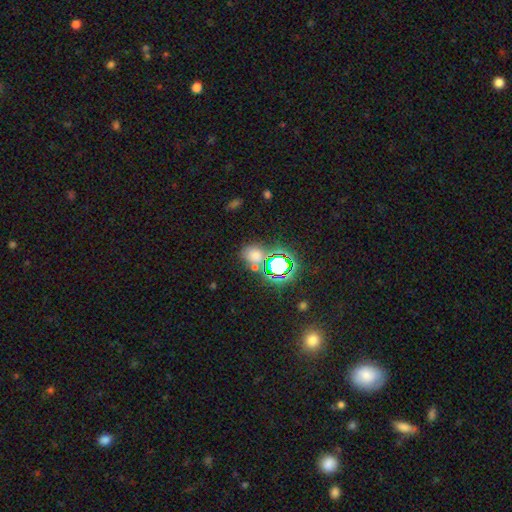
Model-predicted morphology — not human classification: smooth-or-featured: smooth: 58% | star or artifact: 34% | featured or disk: 8%
  how-rounded: round: 66% | in between: 33% | cigar-shaped: 1%
  merging: none: 66% | merger: 17% | minor disturbance: 12% | major disturbance: 5%